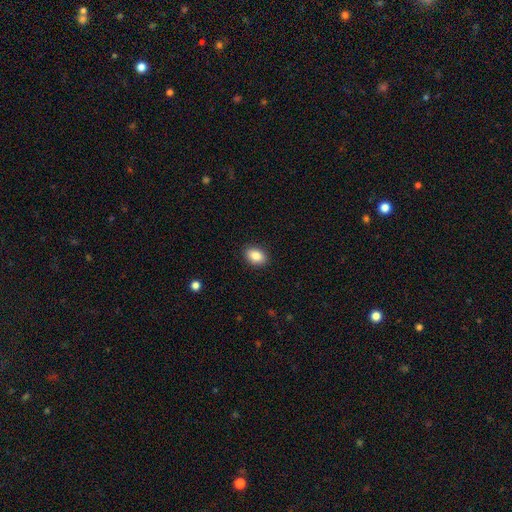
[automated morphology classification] A smooth galaxy with no disk features (87%) that is in between round and cigar-shaped (84%).

Vote fractions:
- Smooth or featured? smooth: 87% / star or artifact: 8% / featured or disk: 5%
- How rounded? in between: 84% / round: 14% / cigar-shaped: 1%
- Merging? none: 89% / minor disturbance: 8% / major disturbance: 2% / merger: 1%